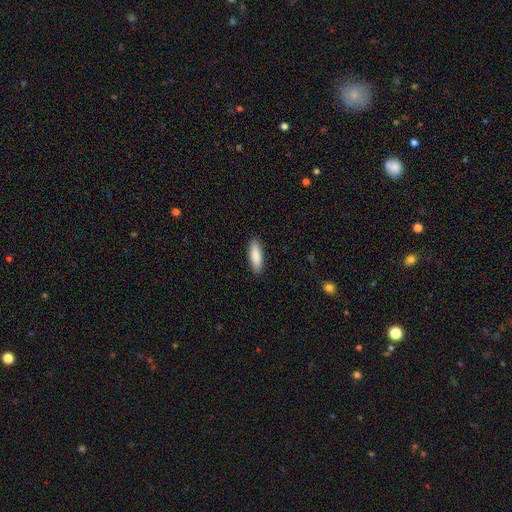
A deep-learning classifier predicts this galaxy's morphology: A smooth galaxy with no disk features (87%) that is in between round and cigar-shaped (54%).

Vote fractions:
- Smooth or featured? smooth: 87% / featured or disk: 7% / star or artifact: 5%
- How rounded? in between: 54% / cigar-shaped: 44% / round: 2%
- Merging? none: 90% / minor disturbance: 7% / major disturbance: 2% / merger: 1%